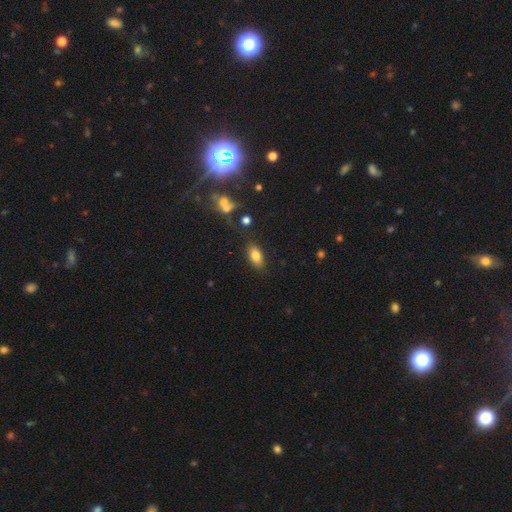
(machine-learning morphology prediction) Smooth or featured: smooth — 80% (featured or disk — 11%)
How rounded: in between — 88% (cigar-shaped — 7%)
Merging: none — 82% (minor disturbance — 12%)